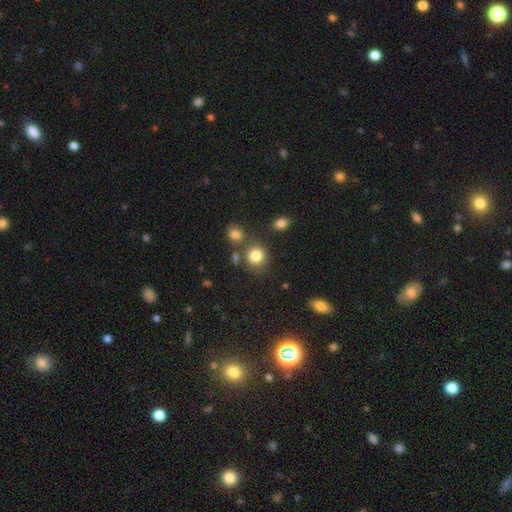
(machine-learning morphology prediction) Overall: smooth (83%). How rounded: round (82%). Merging: none (69%).